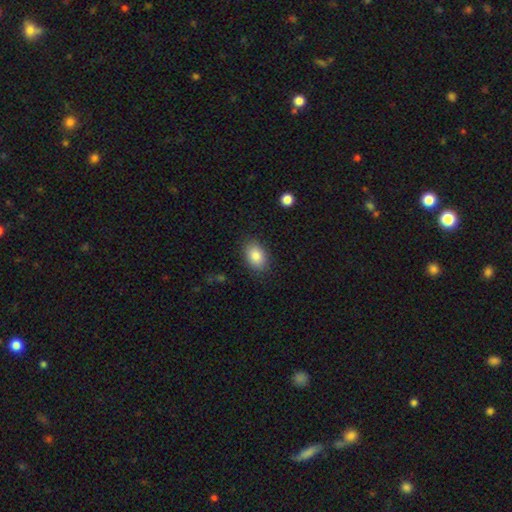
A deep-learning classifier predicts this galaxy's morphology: Q: Smooth or featured?
A: smooth (86%); runner-up: star or artifact (8%)
Q: How rounded?
A: in between (86%); runner-up: round (13%)
Q: Merging?
A: none (85%); runner-up: minor disturbance (11%)